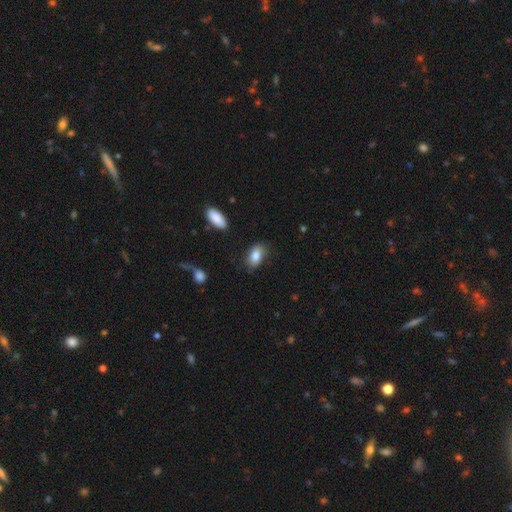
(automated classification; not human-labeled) Morphology: type=smooth (83%); roundness=in between (89%); merging=none (74%).